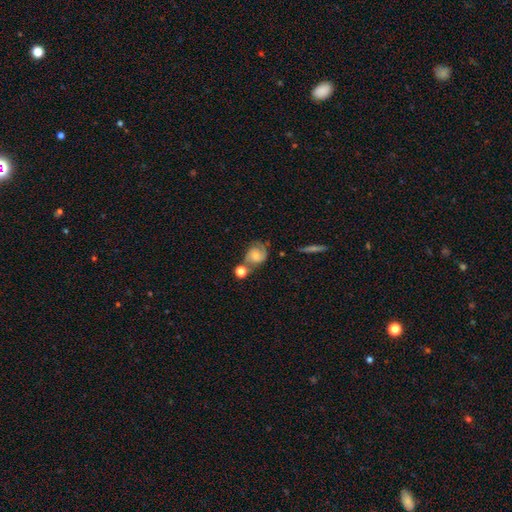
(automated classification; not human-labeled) This is likely a featured or disk galaxy (63%). It is clearly not viewed edge-on (97%). Bar: likely no (68%). Spiral arm pattern: clearly yes (92%). Spiral arm count: clearly 2 (80%). Spiral winding: possibly medium (46%). Central bulge: possibly small (47%). Merging: possibly none (47%).